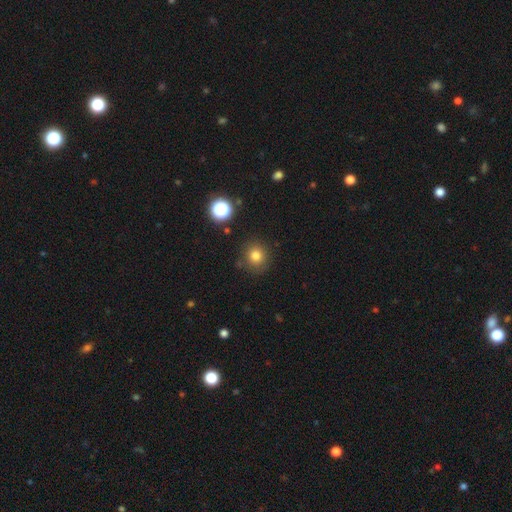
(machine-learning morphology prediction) This appears to be a smooth galaxy with no disk features (79%) that is round (90%). Merging: none (85%).